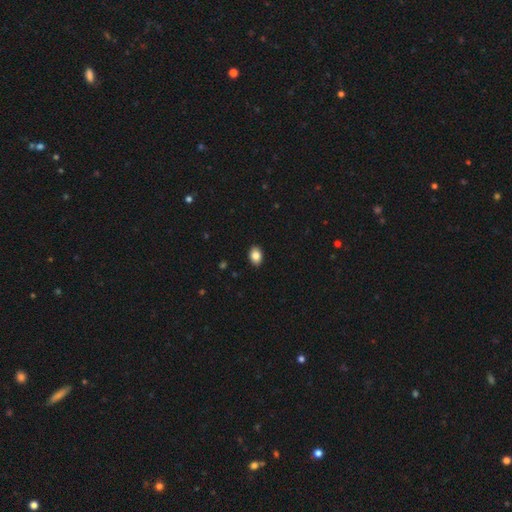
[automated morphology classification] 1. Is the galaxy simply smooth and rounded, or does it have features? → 85% smooth, 8% star or artifact, 6% featured or disk.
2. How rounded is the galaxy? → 78% in between, 21% round, 1% cigar-shaped.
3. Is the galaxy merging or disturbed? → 91% none, 7% minor disturbance, 2% major disturbance, 1% merger.